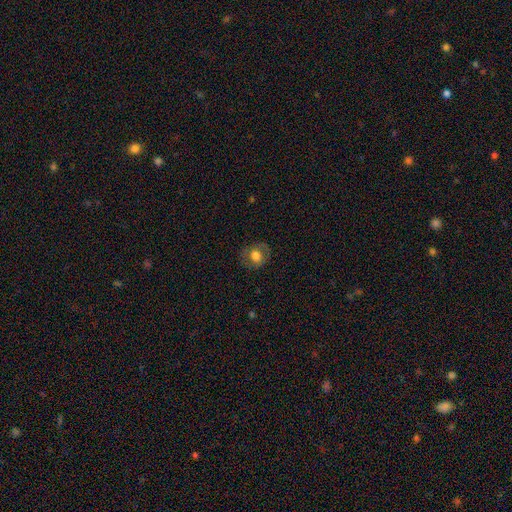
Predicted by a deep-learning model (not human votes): Smooth or featured? smooth (63%)
How rounded? round (71%)
Merging? none (76%)